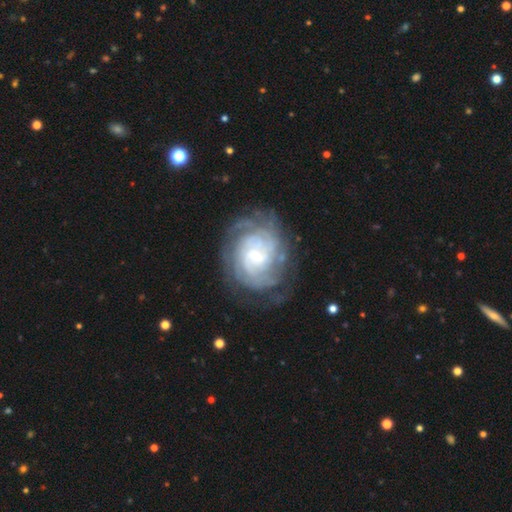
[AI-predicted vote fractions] smooth-or-featured: featured or disk: 84% | smooth: 9% | star or artifact: 6%
  disk-edge-on: no: 98% | yes: 2%
    bar: no: 49% | weak: 42% | strong: 9%
    has-spiral-arms: yes: 95% | no: 5%
      spiral-winding: tight: 72% | medium: 23% | loose: 5%
      spiral-arm-count: can't tell: 40% | 4: 17% | 3: 14% | 2: 14% | more than 4: 9% | 1: 6%
    bulge-size: small: 68% | moderate: 24% | none: 3% | large: 3% | dominant: 1%
  merging: none: 73% | minor disturbance: 17% | major disturbance: 9% | merger: 2%